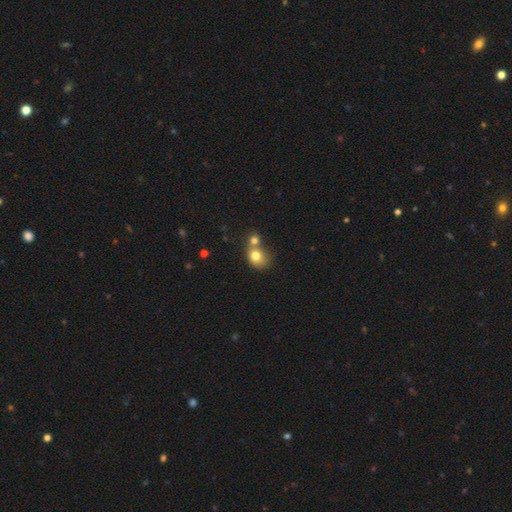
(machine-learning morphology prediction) A smooth galaxy with no disk features (77%) that is round (60%).

Vote fractions:
- Smooth or featured? smooth: 77% / featured or disk: 12% / star or artifact: 10%
- How rounded? round: 60% / in between: 39% / cigar-shaped: 1%
- Merging? merger: 55% / none: 31% / minor disturbance: 10% / major disturbance: 5%